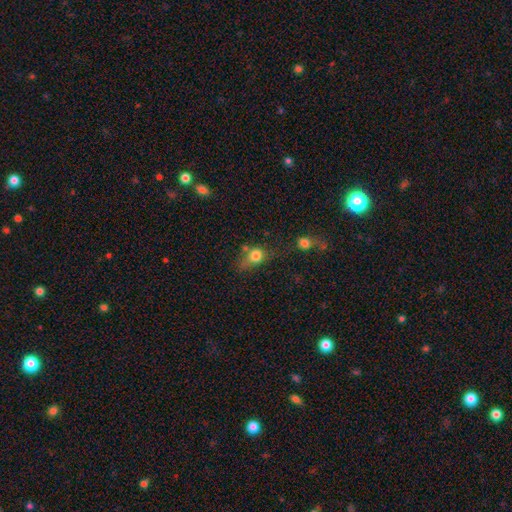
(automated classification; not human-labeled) Morphology: type=smooth (76%); roundness=round (56%); merging=none (38%).